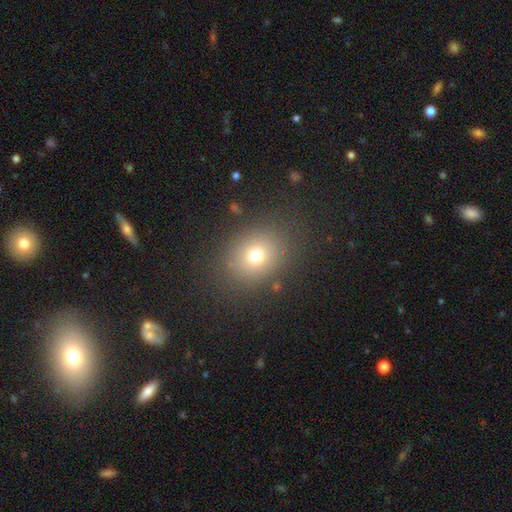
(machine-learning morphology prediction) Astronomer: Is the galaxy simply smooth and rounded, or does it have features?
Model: smooth — 72%.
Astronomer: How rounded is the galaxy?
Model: round — 58% (runner-up: in between, 41%).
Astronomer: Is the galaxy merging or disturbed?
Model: none — 84%.